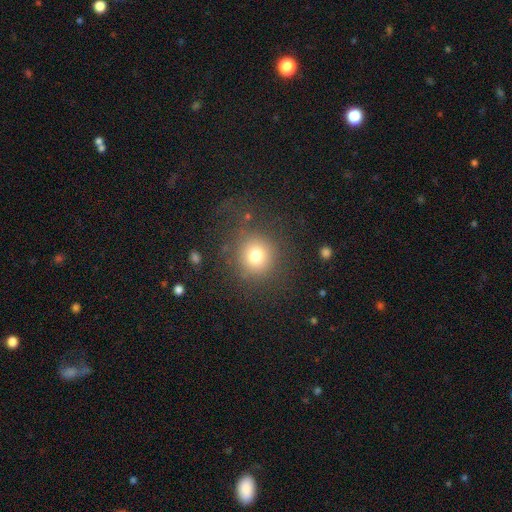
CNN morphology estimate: Smooth or featured? Predicted: smooth (p=0.75). How rounded? Predicted: round (p=0.92). Merging? Predicted: none (p=0.79).